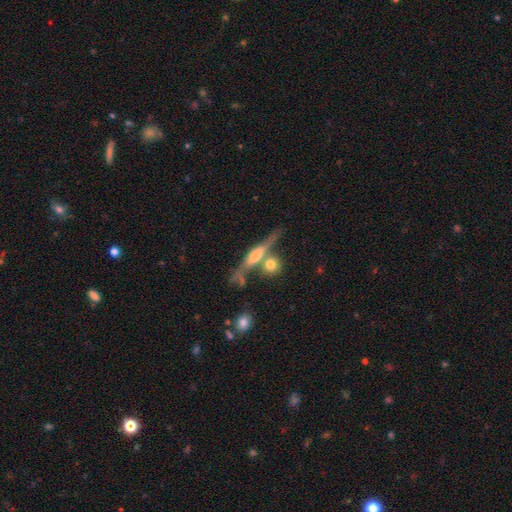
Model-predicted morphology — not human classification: Smooth or featured? featured or disk (61%)
Edge-on disk? yes (86%)
Edge-on bulge? rounded (64%)
Merging? none (53%)